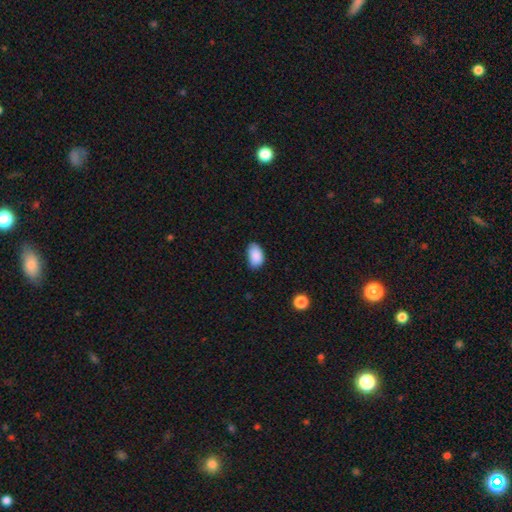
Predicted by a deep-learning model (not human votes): Smooth or featured? smooth (88%)
How rounded? in between (92%)
Merging? none (71%)